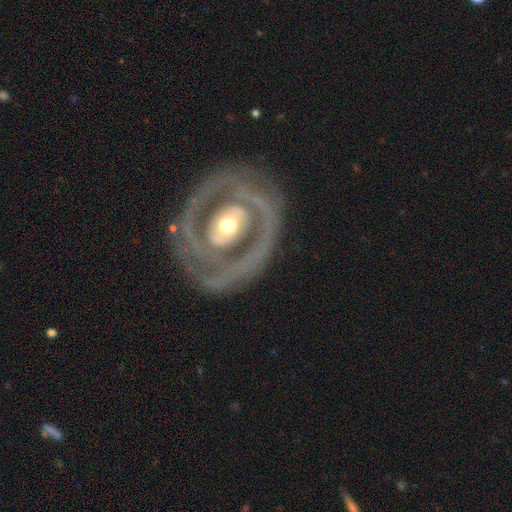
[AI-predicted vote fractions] Morphology: type=featured or disk (84%); edge-on=no (95%); bar=no (43%); spiral arms=yes (63%); winding=tight (62%); arm count=2 (58%); bulge=moderate (61%); merging=none (75%).